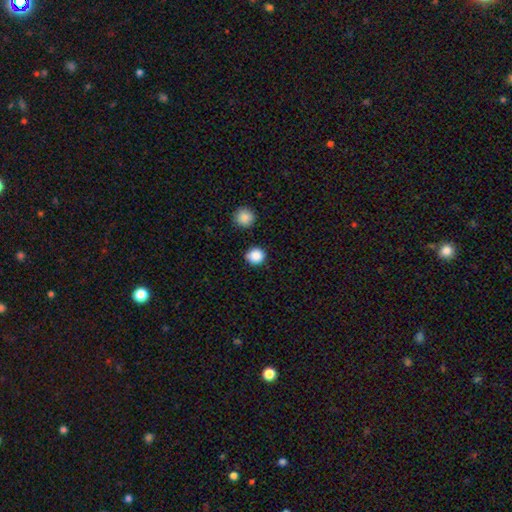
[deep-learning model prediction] Morphology: type=smooth (88%); roundness=round (90%); merging=none (86%).